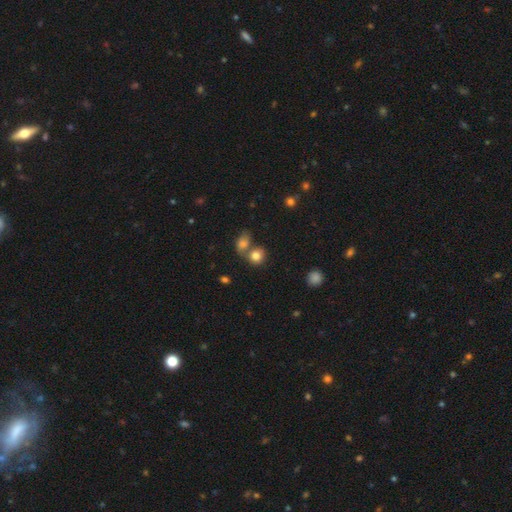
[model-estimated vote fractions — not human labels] A smooth galaxy with no disk features (82%) that is round (72%).

Vote fractions:
- Smooth or featured? smooth: 82% / star or artifact: 11% / featured or disk: 8%
- How rounded? round: 72% / in between: 27% / cigar-shaped: 1%
- Merging? none: 46% / merger: 41% / minor disturbance: 9% / major disturbance: 4%